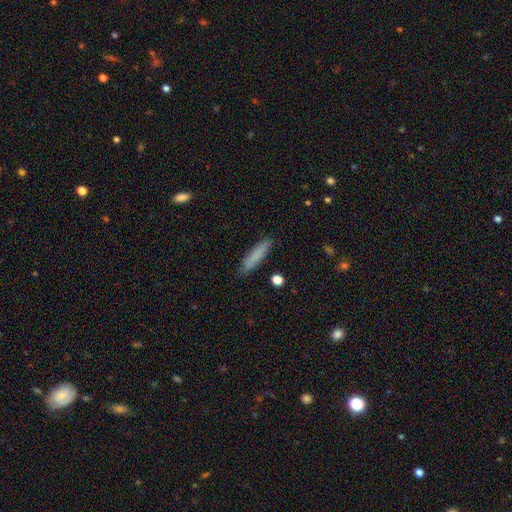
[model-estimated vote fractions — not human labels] This appears to be a smooth galaxy with no disk features (82%) that is cigar-shaped (84%). Merging: none (87%).